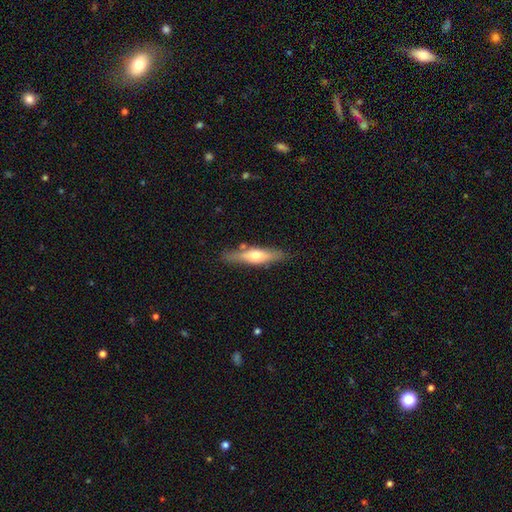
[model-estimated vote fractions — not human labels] featured or disk 49%, smooth 45%, star or artifact 6%. Down the decision tree: merging — none (80%).